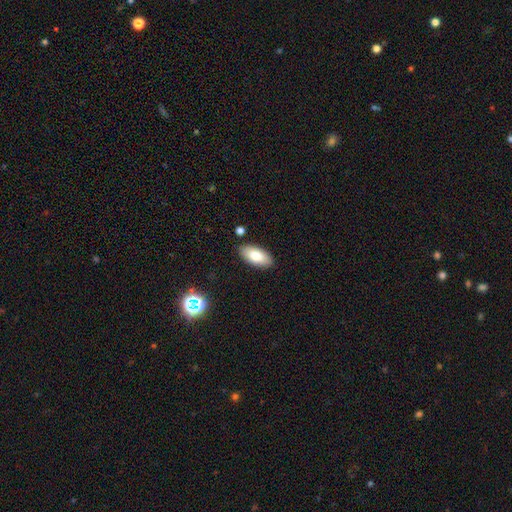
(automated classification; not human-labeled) smooth-or-featured: smooth: 81% | featured or disk: 12% | star or artifact: 7%
  how-rounded: in between: 91% | cigar-shaped: 7% | round: 2%
  merging: none: 87% | minor disturbance: 9% | merger: 2% | major disturbance: 2%